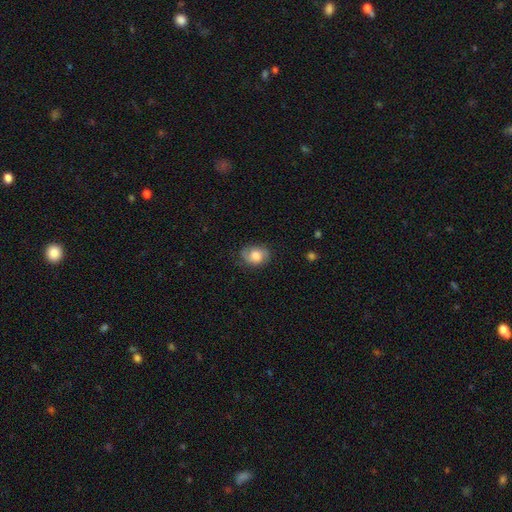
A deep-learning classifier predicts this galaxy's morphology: This is likely a smooth galaxy (64%). How rounded: likely in between (62%). Merging: likely none (67%).